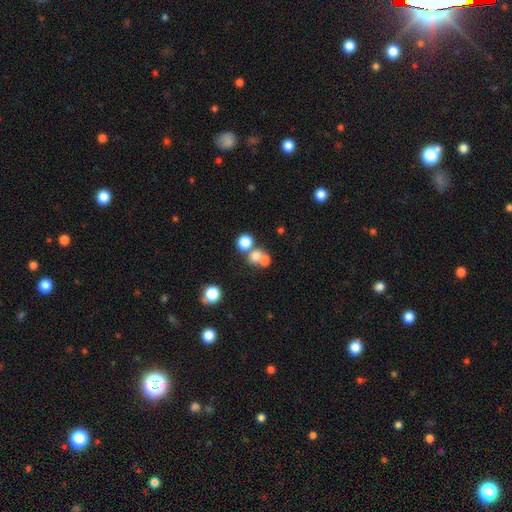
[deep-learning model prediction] Smooth or featured? Predicted: smooth (p=0.69). How rounded? Predicted: round (p=0.75). Merging? Predicted: merger (p=0.49).